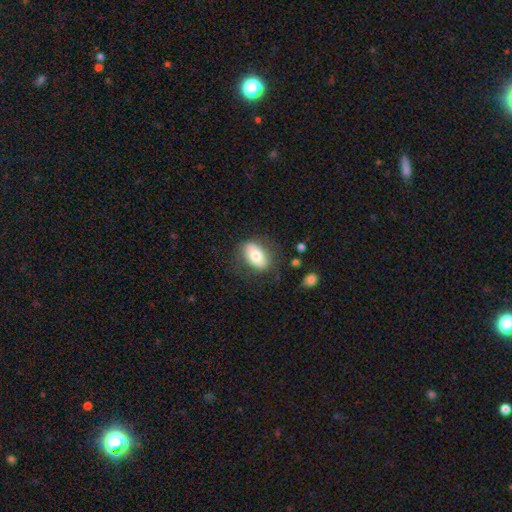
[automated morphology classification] This is likely a smooth galaxy (71%). How rounded: clearly in between (89%). Merging: likely none (74%).